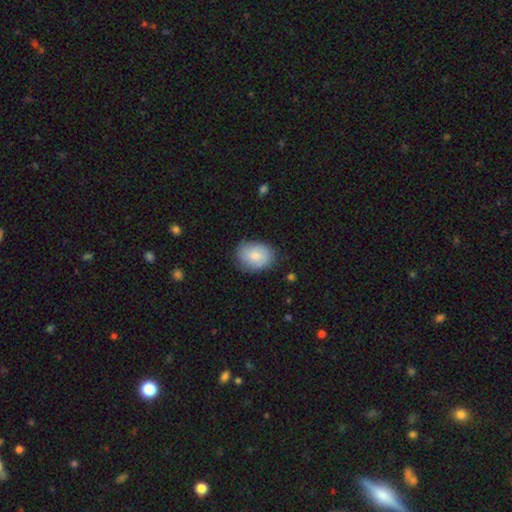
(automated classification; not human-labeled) Smooth or featured? smooth (80%)
How rounded? in between (64%)
Merging? none (77%)